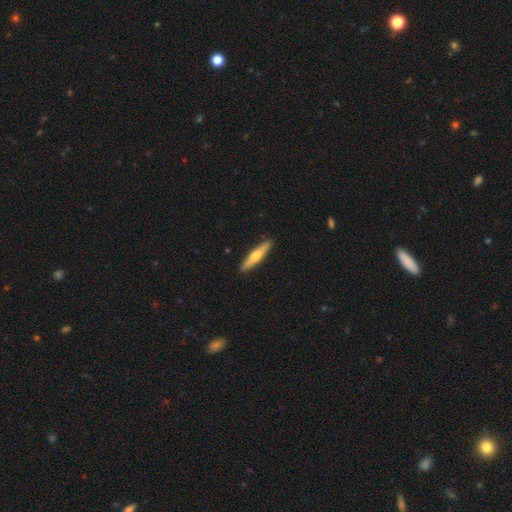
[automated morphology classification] type=smooth (50%); merging=none (91%).